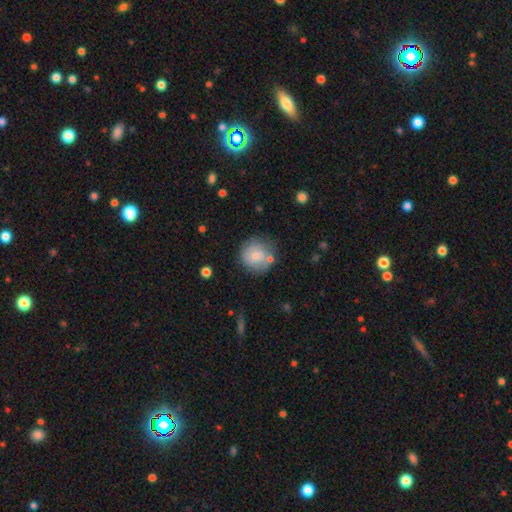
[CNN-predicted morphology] Smooth or featured: smooth — 73% (featured or disk — 19%)
How rounded: round — 92% (in between — 7%)
Merging: none — 67% (minor disturbance — 18%)